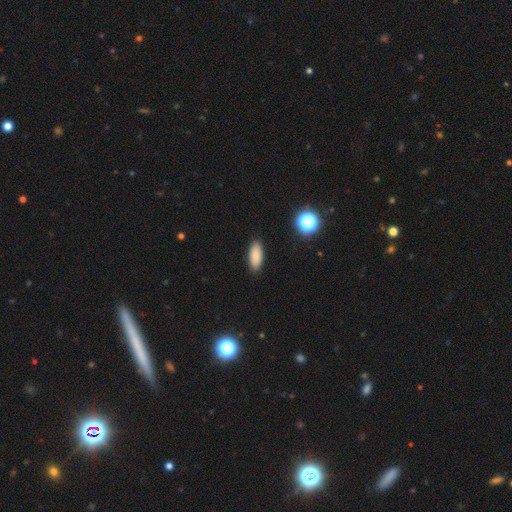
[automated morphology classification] type=smooth (86%); roundness=in between (83%); merging=none (89%).